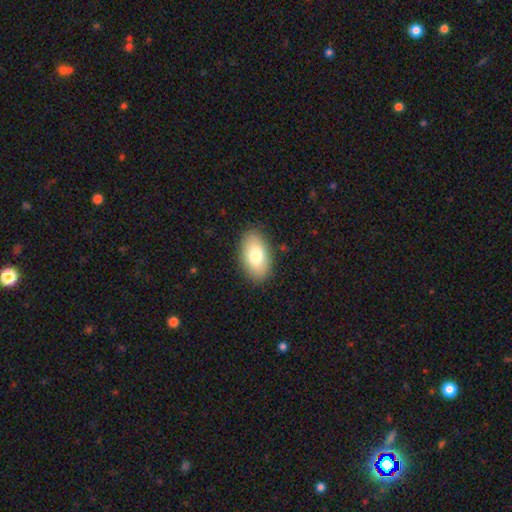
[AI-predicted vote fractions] smooth-or-featured: smooth: 77% | featured or disk: 16% | star or artifact: 7%
  how-rounded: in between: 93% | round: 5% | cigar-shaped: 2%
  merging: none: 87% | minor disturbance: 9% | major disturbance: 2% | merger: 1%